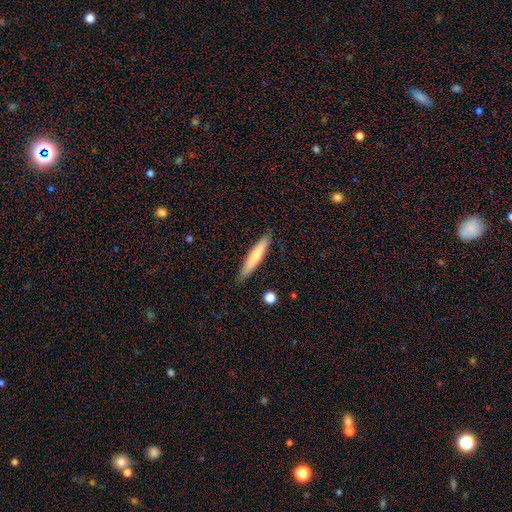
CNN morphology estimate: The model was most divided on "smooth or featured": smooth: 71%, featured or disk: 23%, star or artifact: 6%. More confident: how rounded — cigar-shaped (92%); merging — none (87%).